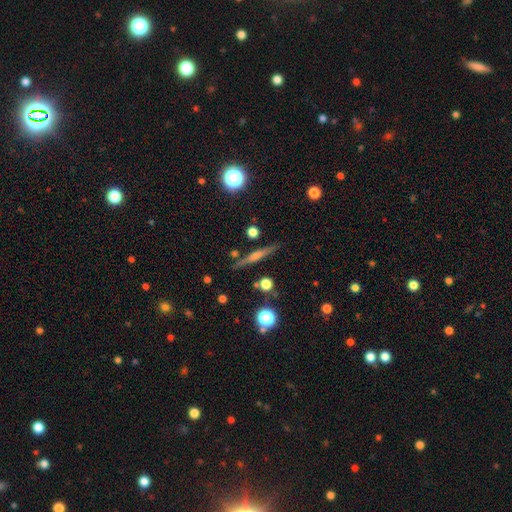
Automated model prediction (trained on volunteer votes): smooth-or-featured: featured or disk: 64% | smooth: 26% | star or artifact: 10%
  disk-edge-on: yes: 97% | no: 3%
    edge-on-bulge: rounded: 66% | none: 23% | boxy: 11%
  merging: none: 89% | minor disturbance: 7% | merger: 2% | major disturbance: 2%